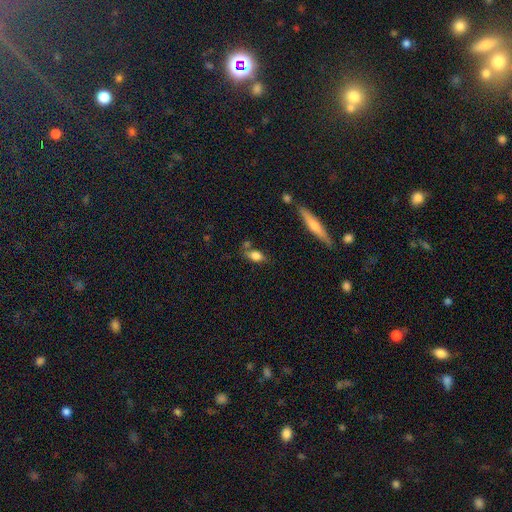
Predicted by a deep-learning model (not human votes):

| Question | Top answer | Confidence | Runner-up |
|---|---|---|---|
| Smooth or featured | smooth | 77% | featured or disk (13%) |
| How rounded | in between | 76% | round (14%) |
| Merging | none | 57% | minor disturbance (21%) |